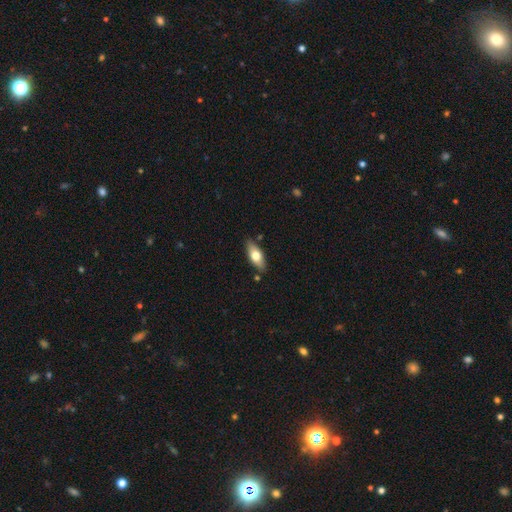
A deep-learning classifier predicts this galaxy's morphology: Q: Smooth or featured?
A: smooth (62%); runner-up: featured or disk (32%)
Q: How rounded?
A: in between (75%); runner-up: cigar-shaped (22%)
Q: Merging?
A: none (83%); runner-up: minor disturbance (12%)